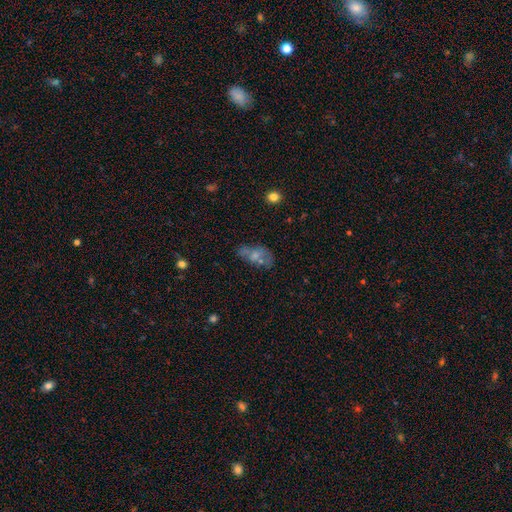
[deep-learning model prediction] The model was most divided on "smooth or featured": smooth: 55%, featured or disk: 32%, star or artifact: 14%. Remaining: how rounded — in between (85%); merging — none (46%).